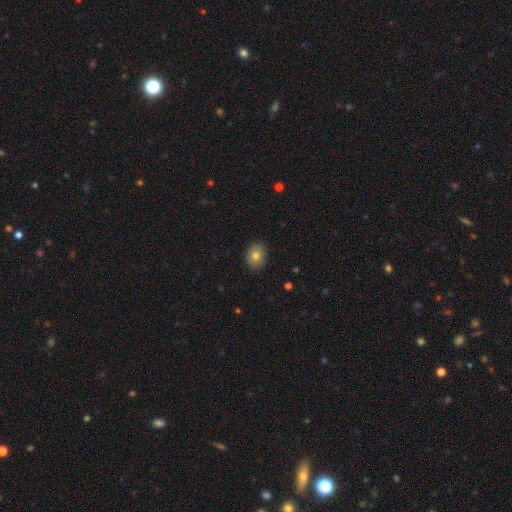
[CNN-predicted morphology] This appears to be a smooth galaxy with no disk features (78%) that is in between round and cigar-shaped (60%). Merging: none (88%).